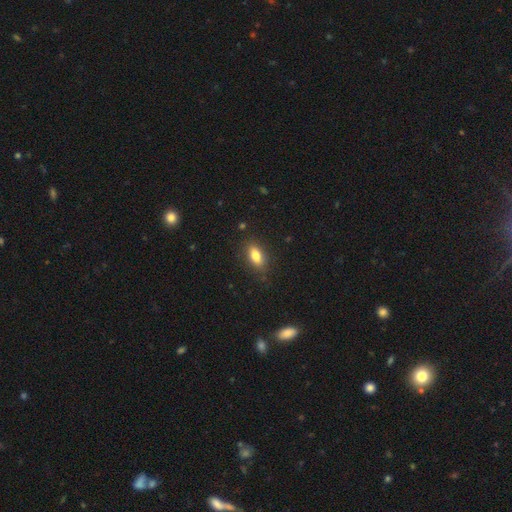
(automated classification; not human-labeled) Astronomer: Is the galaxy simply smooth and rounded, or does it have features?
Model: smooth — 82%.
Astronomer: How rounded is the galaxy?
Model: in between — 84%.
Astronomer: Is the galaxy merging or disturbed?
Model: none — 83%.